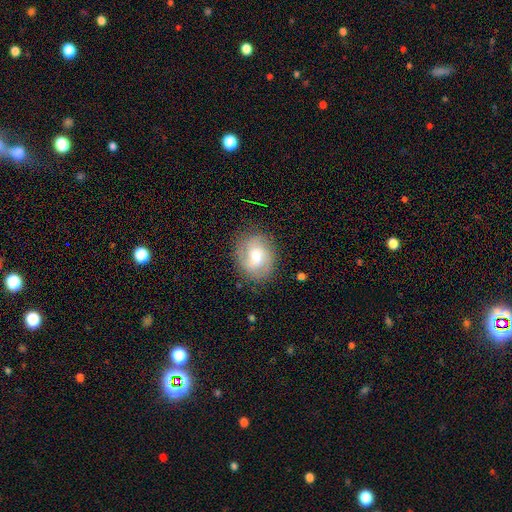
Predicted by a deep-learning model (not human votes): smooth_or_featured: featured or disk (p=0.61) [alt: smooth p=0.31]
disk_edge_on: no (p=0.97) [alt: yes p=0.03]
bar: weak (p=0.48) [alt: no p=0.42]
has_spiral_arms: yes (p=0.89) [alt: no p=0.11]
spiral_winding: medium (p=0.44) [alt: tight p=0.35]
spiral_arm_count: 2 (p=0.53) [alt: can't tell p=0.21]
bulge_size: moderate (p=0.56) [alt: small p=0.21]
merging: none (p=0.78) [alt: minor disturbance p=0.15]